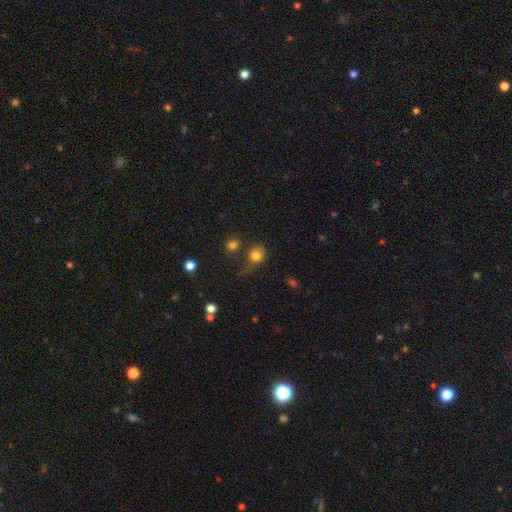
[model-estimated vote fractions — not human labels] Overall: smooth (78%). How rounded: round (76%). Merging: none (50%; minor disturbance 22%).